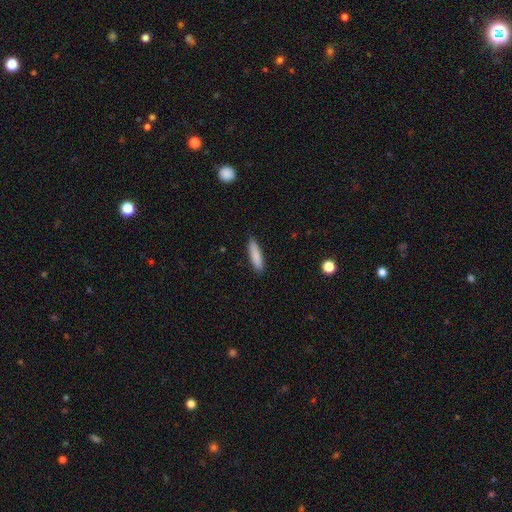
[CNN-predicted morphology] Smooth or featured? smooth (86%)
How rounded? cigar-shaped (74%)
Merging? none (88%)